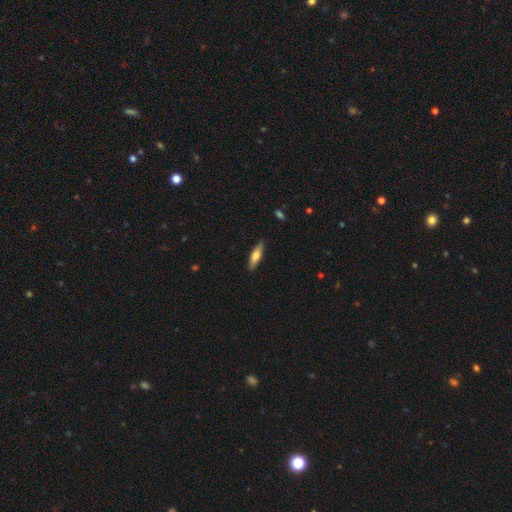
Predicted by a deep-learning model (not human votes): A smooth galaxy with no disk features (68%) that is cigar-shaped (57%).

Vote fractions:
- Smooth or featured? smooth: 68% / featured or disk: 26% / star or artifact: 6%
- How rounded? cigar-shaped: 57% / in between: 41% / round: 2%
- Merging? none: 87% / minor disturbance: 10% / major disturbance: 2% / merger: 1%